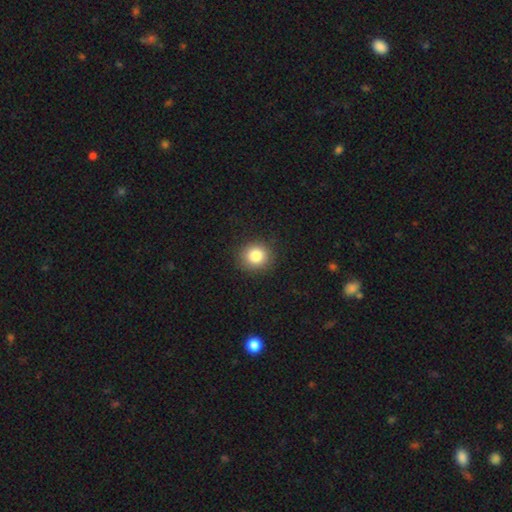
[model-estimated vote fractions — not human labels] Smooth or featured? Predicted: smooth (p=0.84). How rounded? Predicted: round (p=0.88). Merging? Predicted: none (p=0.89).